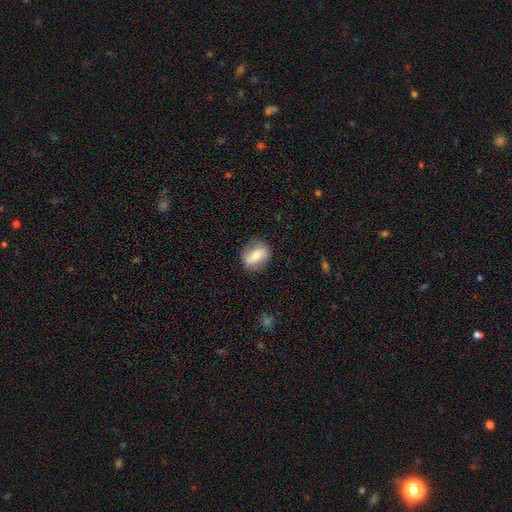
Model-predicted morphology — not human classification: Overall: smooth (55%; featured or disk 38%). How rounded: in between (52%; round 45%). Merging: none (80%).